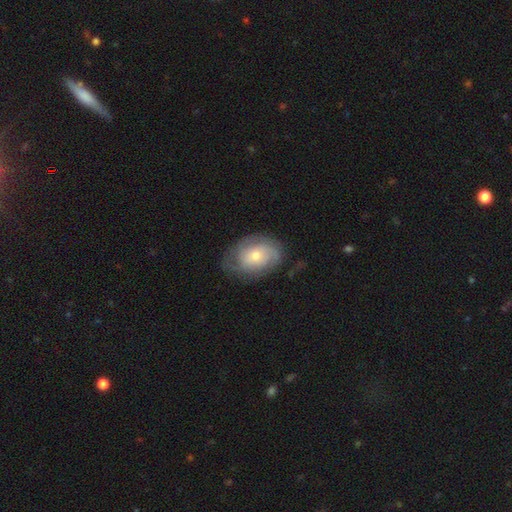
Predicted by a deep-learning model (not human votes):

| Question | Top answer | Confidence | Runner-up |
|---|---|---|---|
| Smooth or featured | featured or disk | 62% | smooth (31%) |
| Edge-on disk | no | 96% | yes (4%) |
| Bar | no | 77% | weak (20%) |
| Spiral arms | yes | 84% | no (16%) |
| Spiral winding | tight | 52% | medium (34%) |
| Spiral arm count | can't tell | 38% | 2 (33%) |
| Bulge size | moderate | 50% | small (42%) |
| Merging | none | 66% | minor disturbance (22%) |